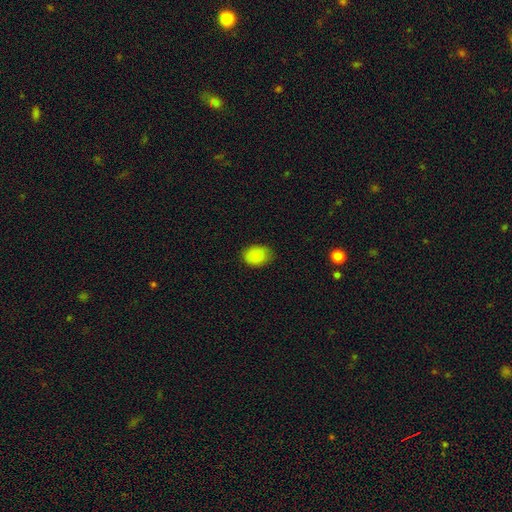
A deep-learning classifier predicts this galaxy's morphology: Smooth or featured: smooth — 87% (star or artifact — 8%)
How rounded: in between — 64% (round — 35%)
Merging: none — 76% (minor disturbance — 20%)